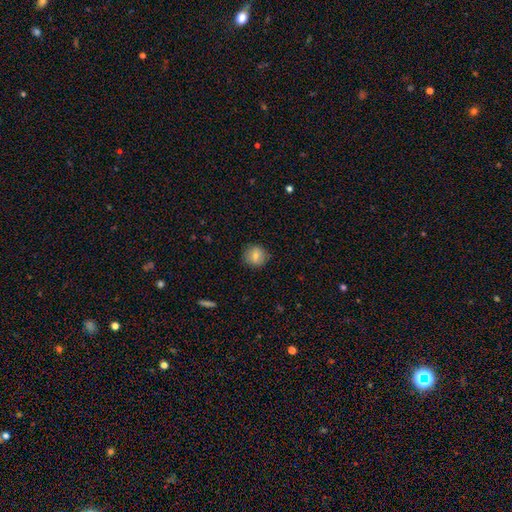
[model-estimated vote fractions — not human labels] Morphology: type=smooth (75%); roundness=round (86%); merging=none (84%).